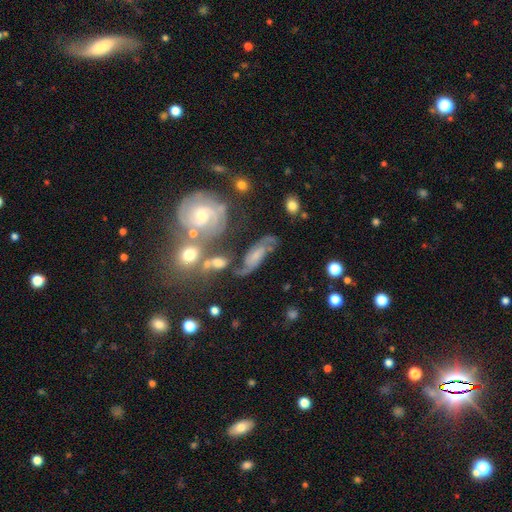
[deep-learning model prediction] smooth-or-featured: featured or disk: 73% | smooth: 19% | star or artifact: 8%
  disk-edge-on: no: 92% | yes: 8%
    bar: no: 44% | weak: 42% | strong: 14%
    has-spiral-arms: yes: 93% | no: 7%
      spiral-winding: medium: 46% | loose: 31% | tight: 23%
      spiral-arm-count: 2: 83% | can't tell: 8% | 3: 4% | 1: 2% | 4: 2% | more than 4: 1%
    bulge-size: small: 37% | moderate: 30% | none: 24% | large: 7% | dominant: 2%
  merging: none: 54% | minor disturbance: 20% | major disturbance: 14% | merger: 12%